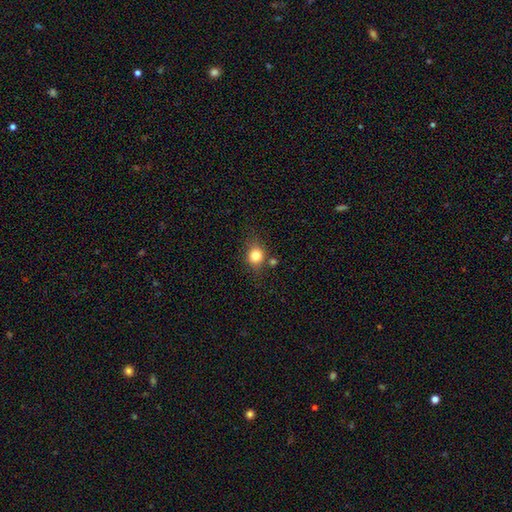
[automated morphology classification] Smooth or featured?
  - smooth: 80% *
  - star or artifact: 12%
  - featured or disk: 8%
How rounded?
  - round: 74% *
  - in between: 24%
  - cigar-shaped: 1%
Merging?
  - none: 71% *
  - minor disturbance: 15%
  - merger: 9%
  - major disturbance: 5%